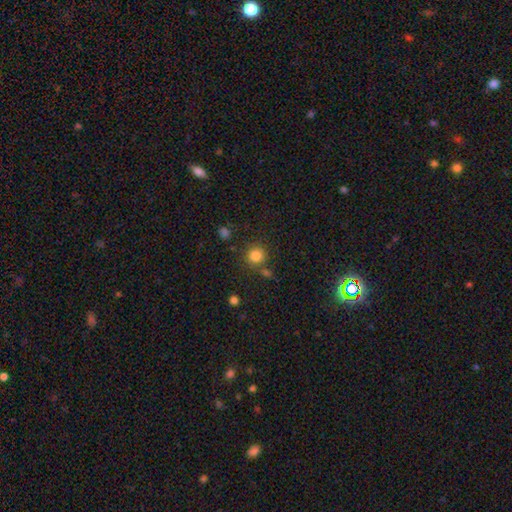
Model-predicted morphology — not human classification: This is clearly a smooth galaxy (83%). How rounded: clearly round (91%). Merging: likely none (78%).